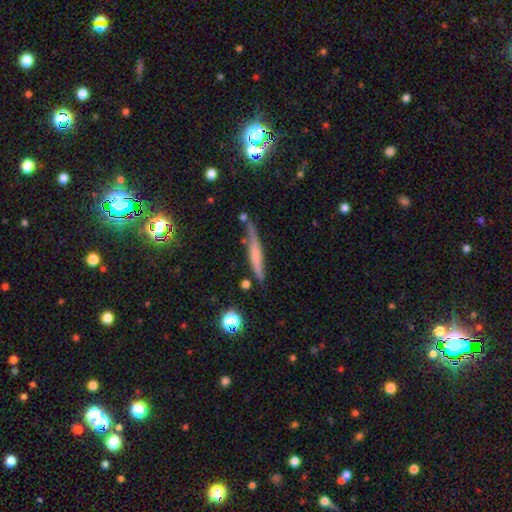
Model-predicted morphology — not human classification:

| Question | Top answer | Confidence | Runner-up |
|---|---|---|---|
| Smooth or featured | smooth | 47% | featured or disk (44%) |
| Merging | none | 64% | minor disturbance (23%) |